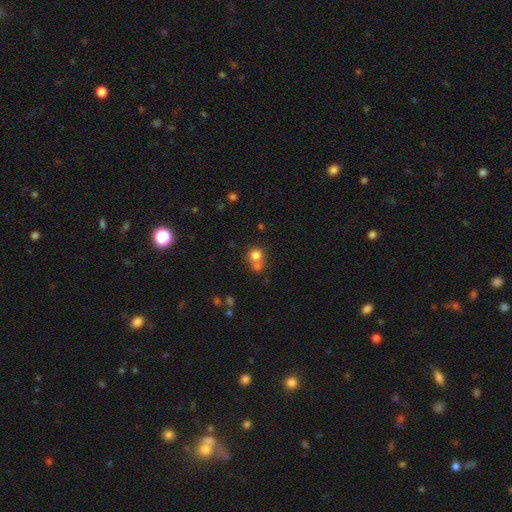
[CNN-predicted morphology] smooth_or_featured: smooth (p=0.76) [alt: star or artifact p=0.13]
how_rounded: round (p=0.83) [alt: in between p=0.16]
merging: merger (p=0.47) [alt: none p=0.43]